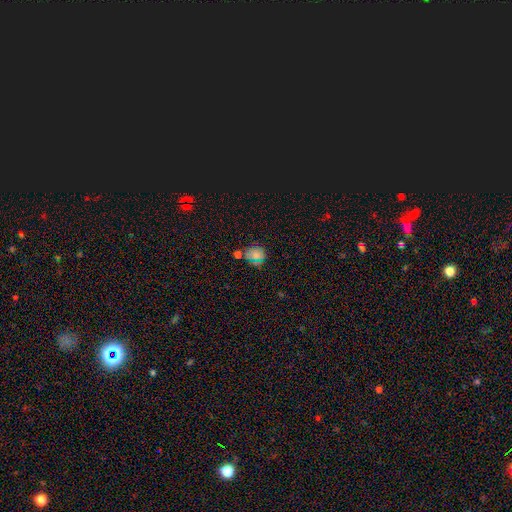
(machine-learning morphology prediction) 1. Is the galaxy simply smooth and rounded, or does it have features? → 63% smooth, 27% star or artifact, 10% featured or disk.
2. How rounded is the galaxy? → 70% round, 28% in between, 2% cigar-shaped.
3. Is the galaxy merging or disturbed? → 71% none, 15% minor disturbance, 8% merger, 6% major disturbance.